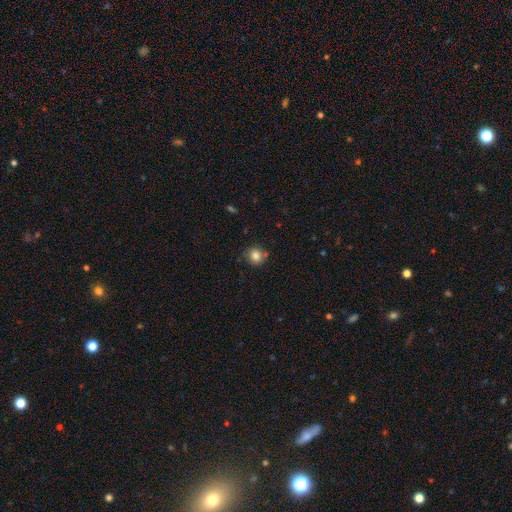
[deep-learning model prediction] Smooth or featured: smooth — 82% (star or artifact — 11%)
How rounded: round — 89% (in between — 10%)
Merging: none — 78% (minor disturbance — 14%)